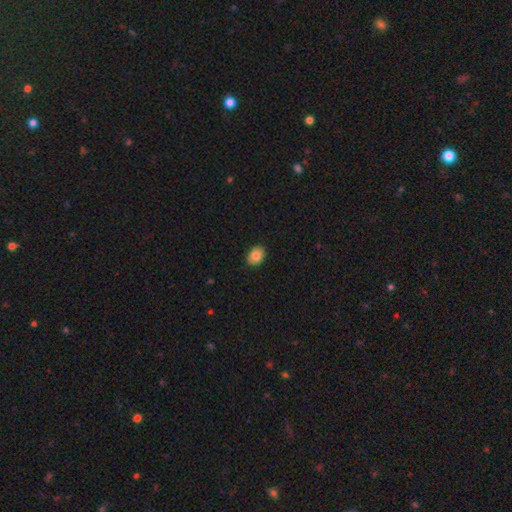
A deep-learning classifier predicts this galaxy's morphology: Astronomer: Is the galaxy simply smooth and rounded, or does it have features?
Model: smooth — 85%.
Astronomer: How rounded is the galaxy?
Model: in between — 66%.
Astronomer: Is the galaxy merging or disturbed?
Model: none — 89%.